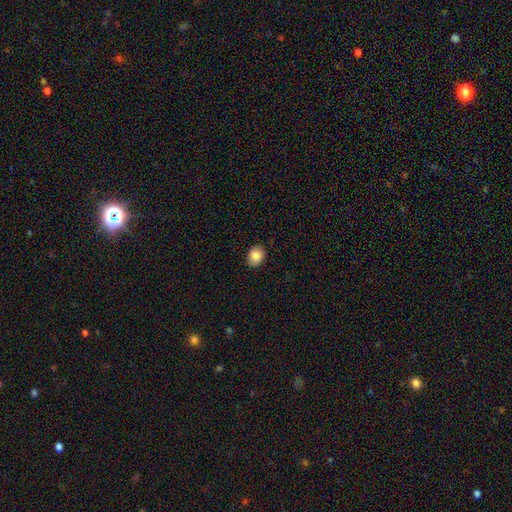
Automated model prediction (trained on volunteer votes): smooth 85%, star or artifact 8%, featured or disk 6%. Down the decision tree: how rounded — in between (61%); merging — none (83%).